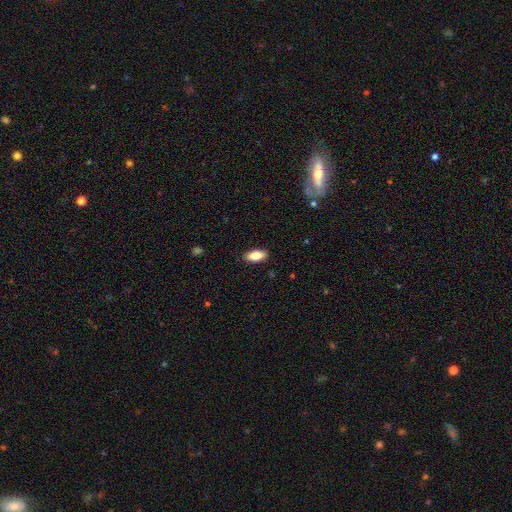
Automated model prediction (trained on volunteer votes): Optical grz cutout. It shows a smooth galaxy with no disk features (81%) that is in between round and cigar-shaped (87%). Merging: none (89%).